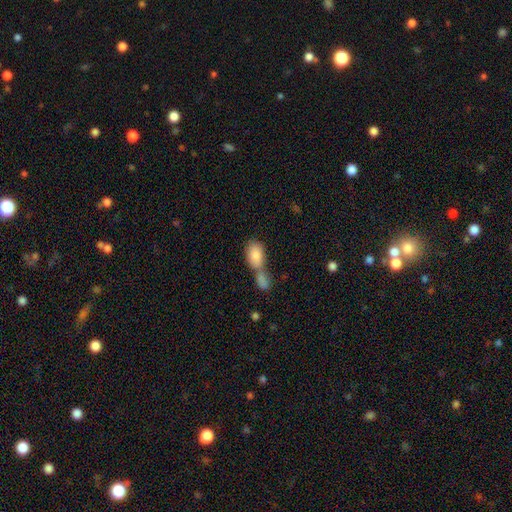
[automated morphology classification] The model was most divided on "merging": merger: 61%, none: 26%, minor disturbance: 9%, major disturbance: 5%. More confident: how rounded — in between (90%); smooth or featured — smooth (85%).